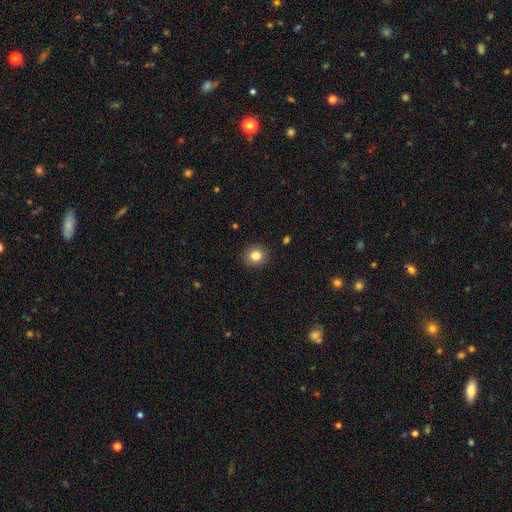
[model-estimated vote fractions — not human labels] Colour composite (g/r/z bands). It shows a smooth galaxy with no disk features (83%) that is round (87%). Merging: none (91%).